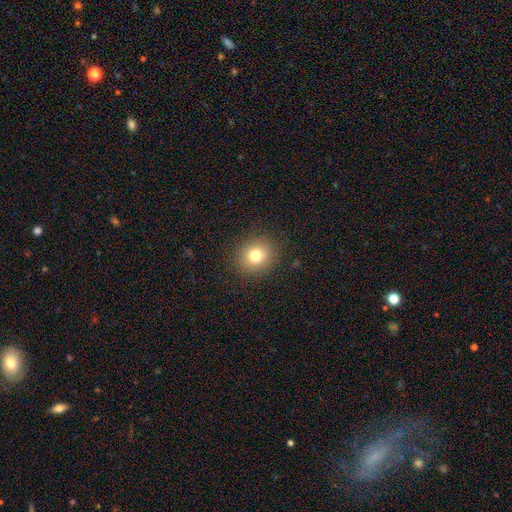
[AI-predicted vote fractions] This appears to be a smooth galaxy with no disk features (78%) that is round (84%). Merging: none (89%).